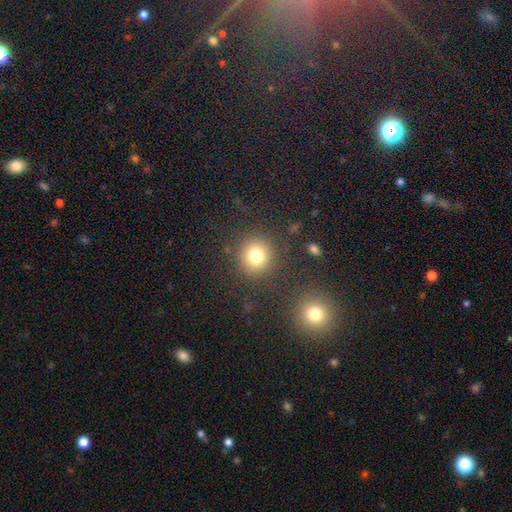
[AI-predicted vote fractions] Smooth or featured? smooth (77%)
How rounded? round (92%)
Merging? none (86%)